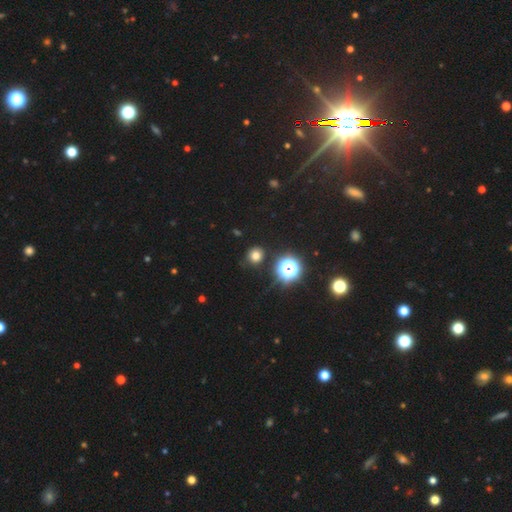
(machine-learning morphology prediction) Overall: smooth (73%). How rounded: round (89%). Merging: none (87%).